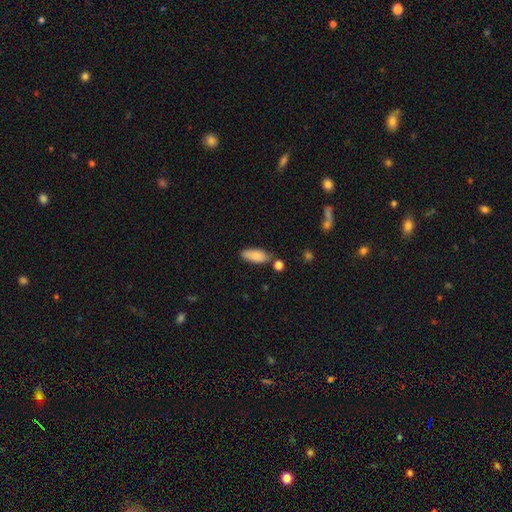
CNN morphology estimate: type=smooth (86%); roundness=in between (83%); merging=none (71%).